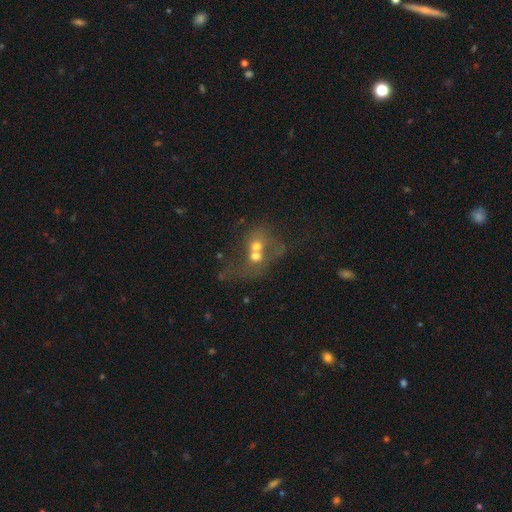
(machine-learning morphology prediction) type=smooth (49%); merging=merger (74%).